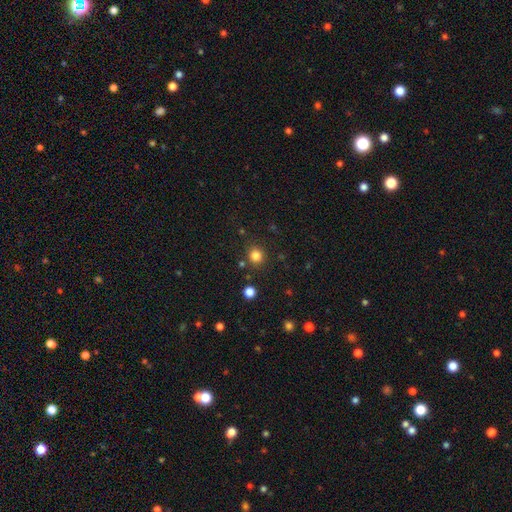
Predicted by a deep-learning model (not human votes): Smooth or featured: smooth — 82% (star or artifact — 13%)
How rounded: round — 87% (in between — 12%)
Merging: none — 85% (minor disturbance — 8%)